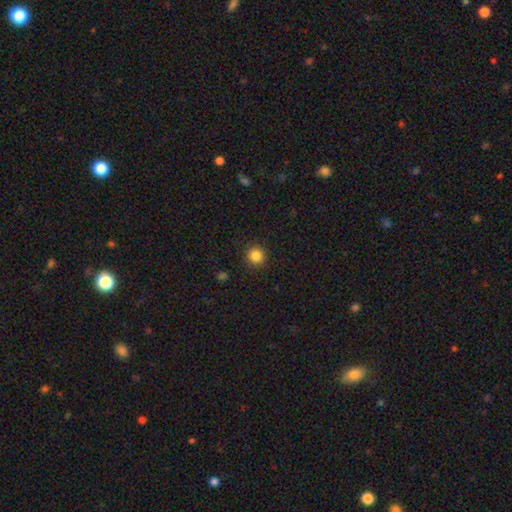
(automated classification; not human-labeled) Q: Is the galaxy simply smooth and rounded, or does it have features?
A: smooth — 85%.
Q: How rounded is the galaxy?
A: round — 93%.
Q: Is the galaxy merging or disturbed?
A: none — 91%.